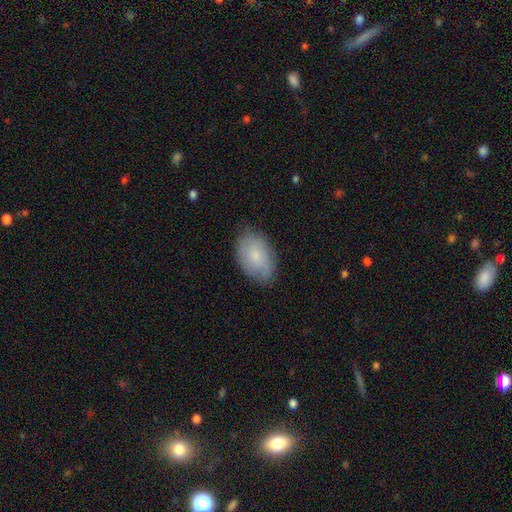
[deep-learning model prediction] Smooth or featured?
  - smooth: 68% *
  - featured or disk: 25%
  - star or artifact: 7%
How rounded?
  - in between: 90% *
  - round: 9%
  - cigar-shaped: 1%
Merging?
  - none: 75% *
  - minor disturbance: 20%
  - major disturbance: 4%
  - merger: 1%